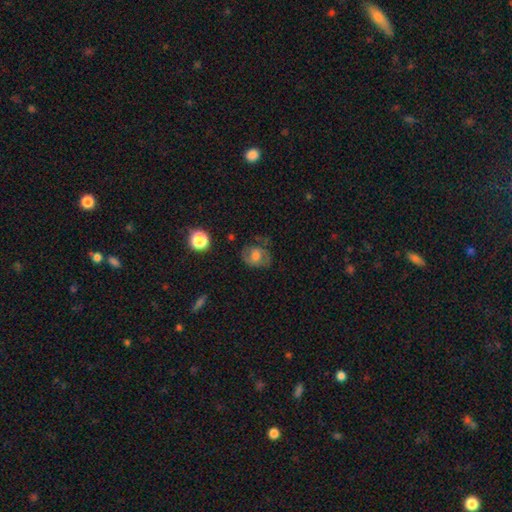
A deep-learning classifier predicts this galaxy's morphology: Overall: smooth (53%; featured or disk 37%). How rounded: round (58%; in between 41%). Merging: none (59%; minor disturbance 24%).